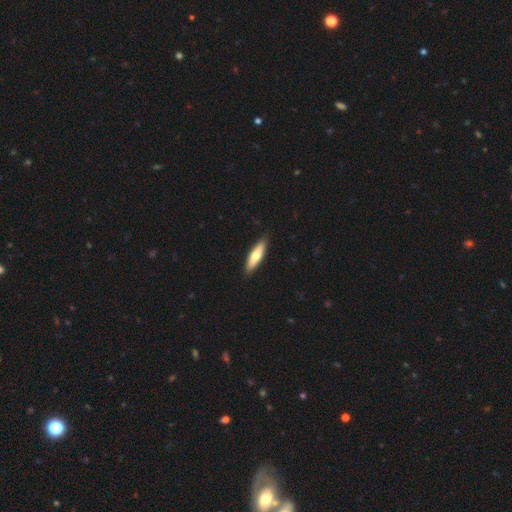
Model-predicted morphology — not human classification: smooth_or_featured: smooth (p=0.66) [alt: featured or disk p=0.29]
how_rounded: cigar-shaped (p=0.62) [alt: in between p=0.36]
merging: none (p=0.89) [alt: minor disturbance p=0.09]